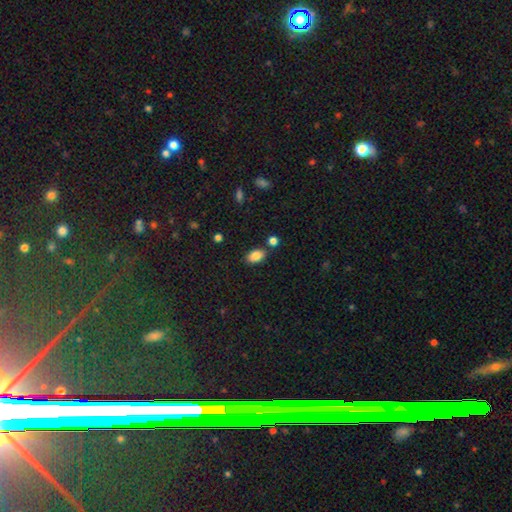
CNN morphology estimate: Smooth or featured? smooth (85%)
How rounded? in between (90%)
Merging? none (79%)